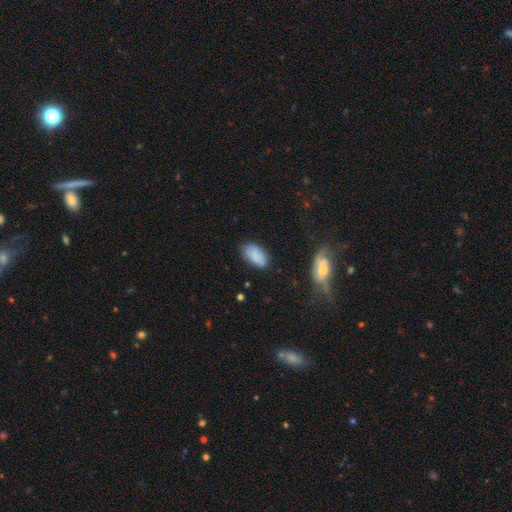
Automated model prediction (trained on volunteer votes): Smooth or featured? Predicted: smooth (p=0.81). How rounded? Predicted: in between (p=0.94). Merging? Predicted: none (p=0.72).